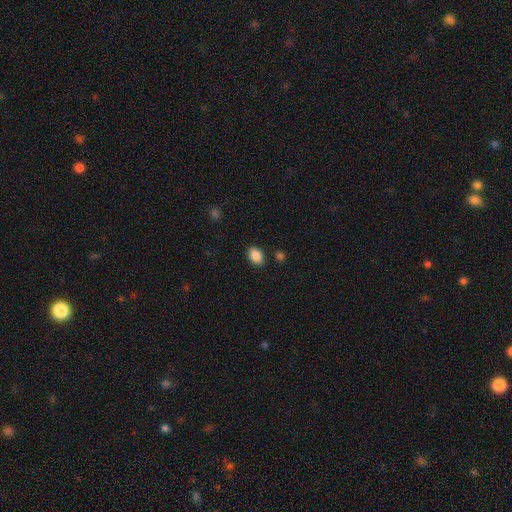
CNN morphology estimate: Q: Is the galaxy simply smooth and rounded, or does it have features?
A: smooth — 88%.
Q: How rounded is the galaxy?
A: in between — 85%.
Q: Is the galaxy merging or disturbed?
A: none — 86%.